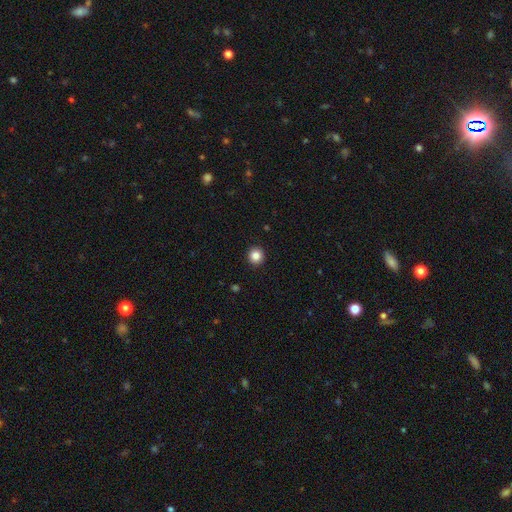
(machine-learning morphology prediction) Smooth or featured?
  - smooth: 84% *
  - star or artifact: 11%
  - featured or disk: 5%
How rounded?
  - round: 94% *
  - in between: 5%
  - cigar-shaped: 1%
Merging?
  - none: 93% *
  - minor disturbance: 4%
  - major disturbance: 1%
  - merger: 1%